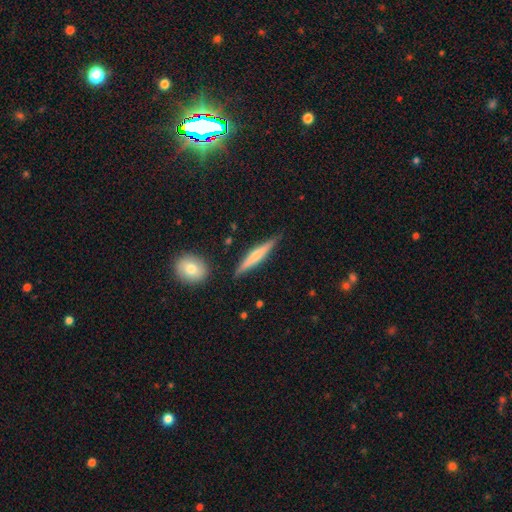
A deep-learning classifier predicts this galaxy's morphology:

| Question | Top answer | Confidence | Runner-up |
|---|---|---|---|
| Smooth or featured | featured or disk | 51% | smooth (44%) |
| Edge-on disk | yes | 96% | no (4%) |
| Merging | none | 85% | minor disturbance (11%) |